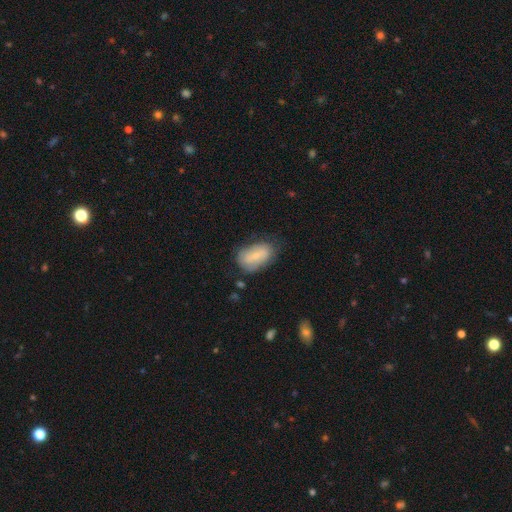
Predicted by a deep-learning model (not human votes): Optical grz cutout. It shows a smooth galaxy with no disk features (57%) that is in between round and cigar-shaped (90%). Merging: none (60%).